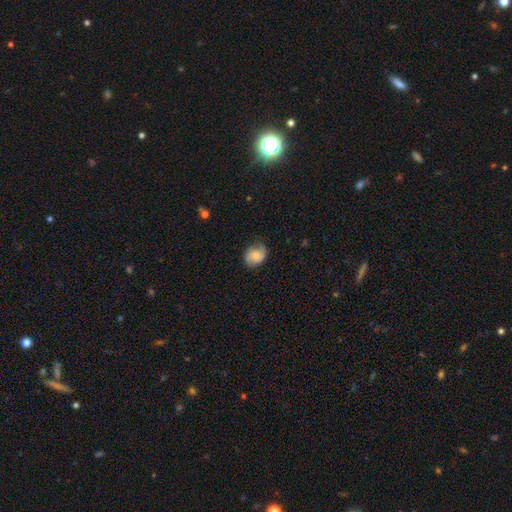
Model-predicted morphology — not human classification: This is likely a smooth galaxy (68%). How rounded: possibly round (54%). Merging: likely none (71%).